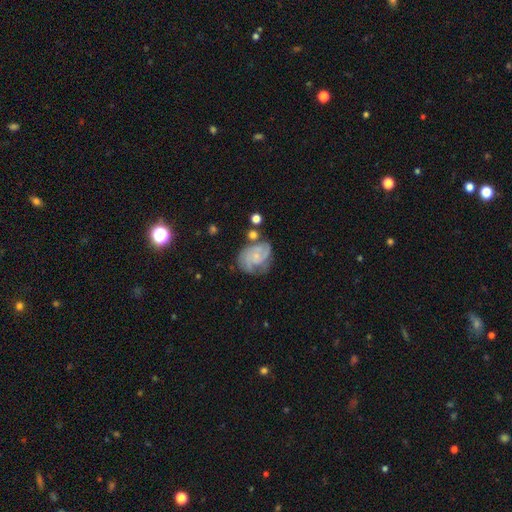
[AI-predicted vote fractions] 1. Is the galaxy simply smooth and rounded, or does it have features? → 69% featured or disk, 24% smooth, 8% star or artifact.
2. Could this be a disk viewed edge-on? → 98% no, 2% yes.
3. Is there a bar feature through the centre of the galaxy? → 74% no, 23% weak, 4% strong.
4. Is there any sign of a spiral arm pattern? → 86% yes, 14% no.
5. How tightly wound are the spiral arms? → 47% tight, 39% medium, 14% loose.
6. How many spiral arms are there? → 32% can't tell, 31% 2, 22% 3, 6% 4, 5% 1, 4% more than 4.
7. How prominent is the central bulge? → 71% small, 14% moderate, 12% none, 1% large, 1% dominant.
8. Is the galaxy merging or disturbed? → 50% none, 26% minor disturbance, 16% major disturbance, 8% merger.